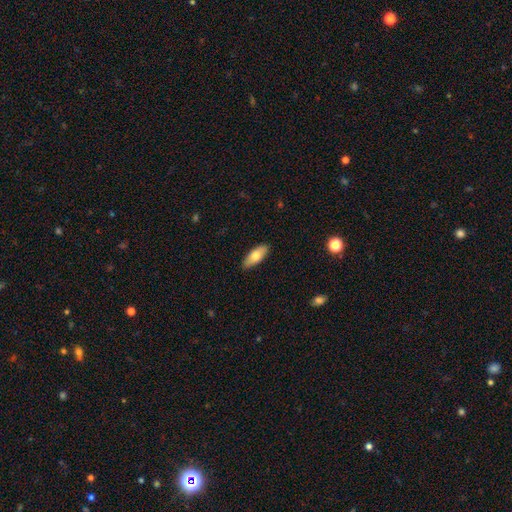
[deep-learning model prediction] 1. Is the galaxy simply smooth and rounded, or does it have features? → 74% smooth, 20% featured or disk, 6% star or artifact.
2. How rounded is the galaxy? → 77% in between, 21% cigar-shaped, 2% round.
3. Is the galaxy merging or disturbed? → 88% none, 9% minor disturbance, 2% major disturbance, 1% merger.